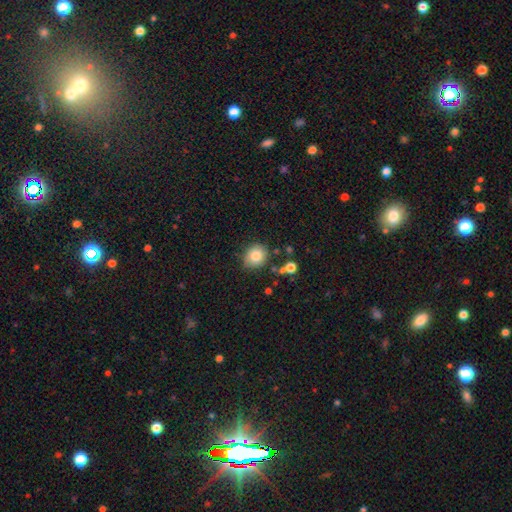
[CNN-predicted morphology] The model was most divided on "how rounded": round: 81%, in between: 18%, cigar-shaped: 1%. More confident: smooth or featured — smooth (82%); merging — none (78%).